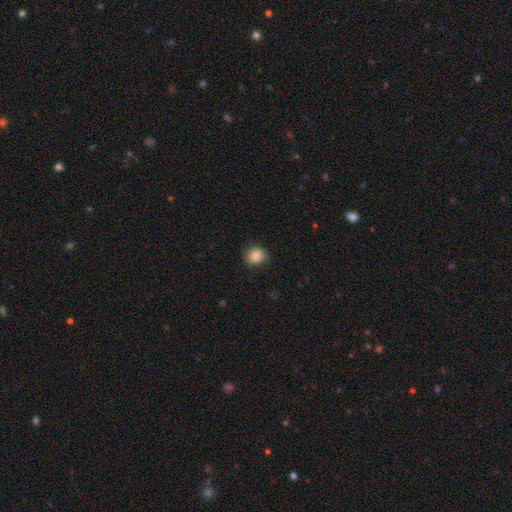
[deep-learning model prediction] smooth_or_featured: smooth (p=0.85) [alt: star or artifact p=0.09]
how_rounded: round (p=0.75) [alt: in between p=0.24]
merging: none (p=0.77) [alt: minor disturbance p=0.18]